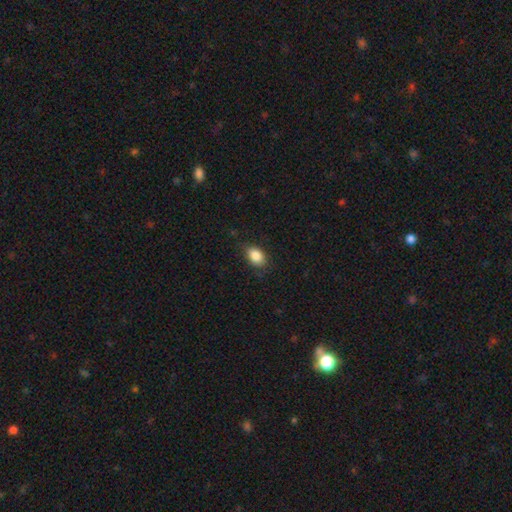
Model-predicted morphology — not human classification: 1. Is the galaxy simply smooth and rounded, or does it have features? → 86% smooth, 8% star or artifact, 6% featured or disk.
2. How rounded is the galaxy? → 81% in between, 18% round, 1% cigar-shaped.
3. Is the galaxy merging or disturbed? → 80% none, 16% minor disturbance, 3% major disturbance, 1% merger.